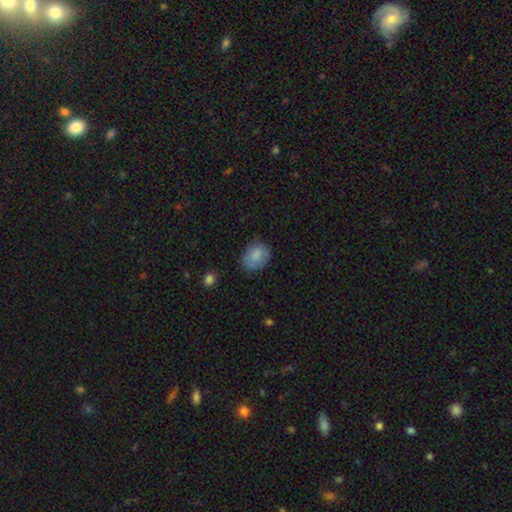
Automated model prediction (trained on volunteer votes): This is clearly a smooth galaxy (82%). How rounded: possibly in between (60%). Merging: likely none (74%).